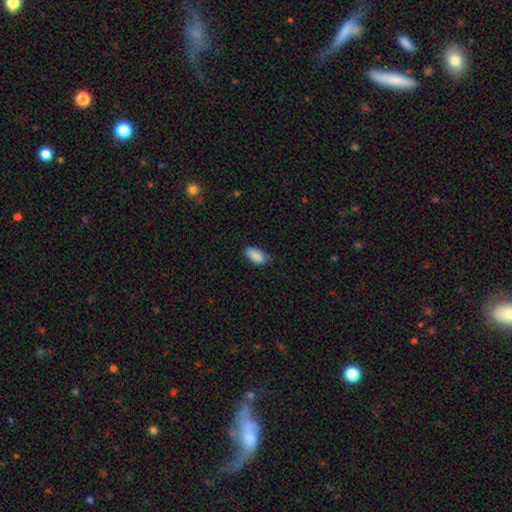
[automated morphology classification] smooth-or-featured: smooth: 88% | star or artifact: 7% | featured or disk: 5%
  how-rounded: in between: 91% | cigar-shaped: 7% | round: 3%
  merging: none: 68% | minor disturbance: 26% | major disturbance: 5% | merger: 1%